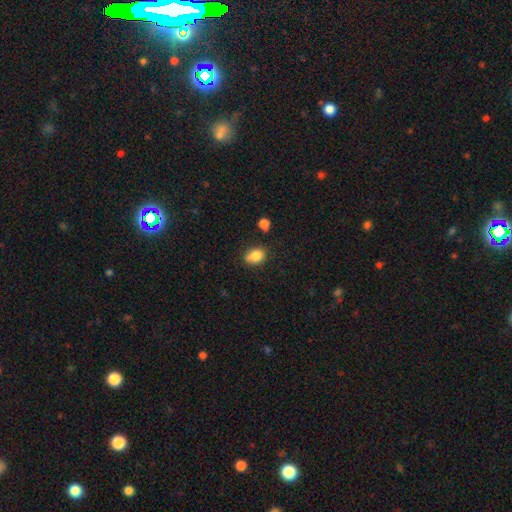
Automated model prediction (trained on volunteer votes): This appears to be a smooth galaxy with no disk features (83%) that is in between round and cigar-shaped (61%). Merging: none (64%).